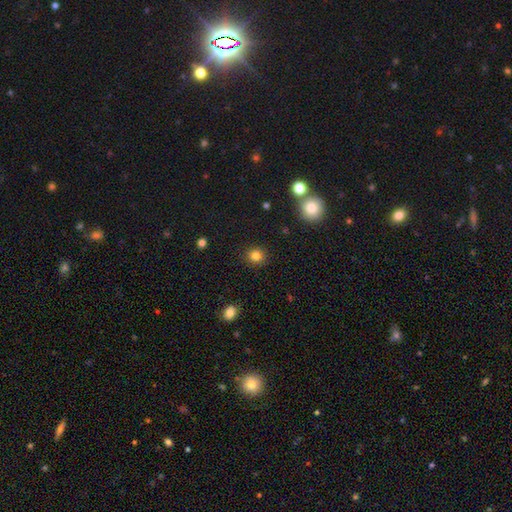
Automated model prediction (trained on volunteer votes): smooth-or-featured: smooth: 83% | star or artifact: 12% | featured or disk: 5%
  how-rounded: round: 86% | in between: 13% | cigar-shaped: 1%
  merging: none: 90% | minor disturbance: 6% | major disturbance: 2% | merger: 2%